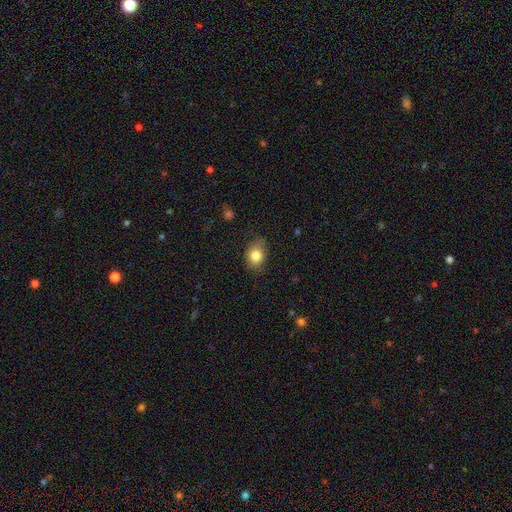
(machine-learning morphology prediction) smooth 82%, star or artifact 9%, featured or disk 9%. Down the decision tree: how rounded — in between (58%); merging — none (74%).